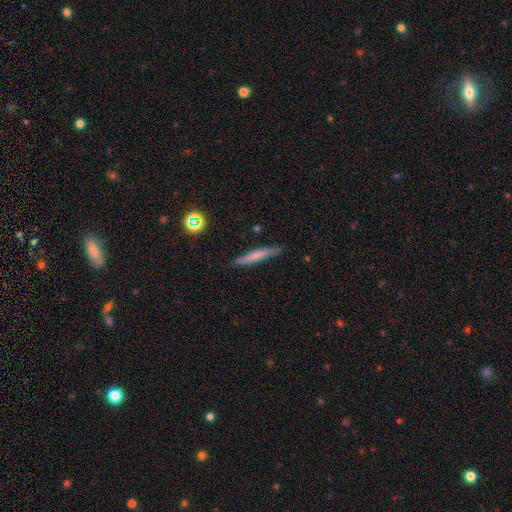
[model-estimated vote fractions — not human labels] smooth 61%, featured or disk 31%, star or artifact 8%. Down the decision tree: how rounded — cigar-shaped (93%); merging — none (85%).